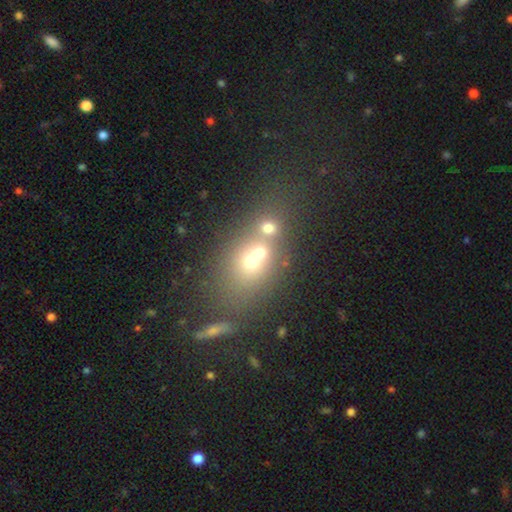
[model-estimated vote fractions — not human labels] Smooth or featured? smooth (56%)
How rounded? round (53%)
Merging? merger (59%)